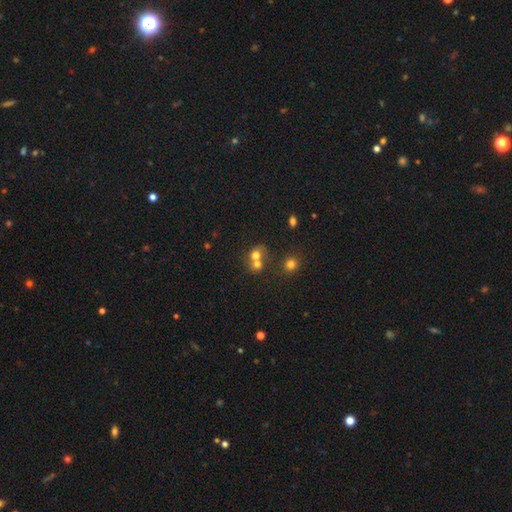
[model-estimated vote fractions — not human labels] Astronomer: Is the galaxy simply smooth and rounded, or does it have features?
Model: smooth — 69%.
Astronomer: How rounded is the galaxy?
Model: round — 70%.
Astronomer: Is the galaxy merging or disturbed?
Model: merger — 57% (runner-up: none, 33%).